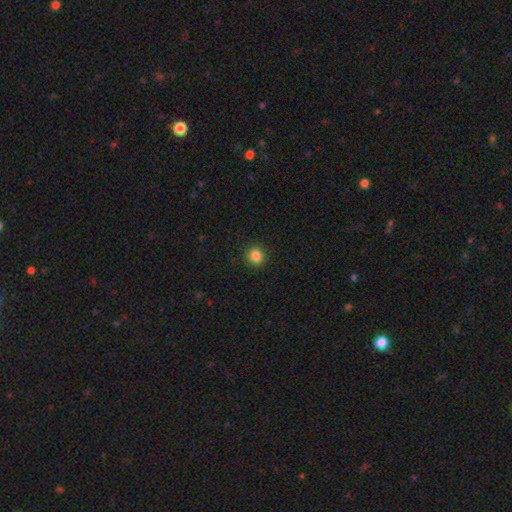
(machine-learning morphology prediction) Q: Smooth or featured?
A: smooth (86%); runner-up: star or artifact (11%)
Q: How rounded?
A: round (82%); runner-up: in between (17%)
Q: Merging?
A: none (91%); runner-up: minor disturbance (6%)